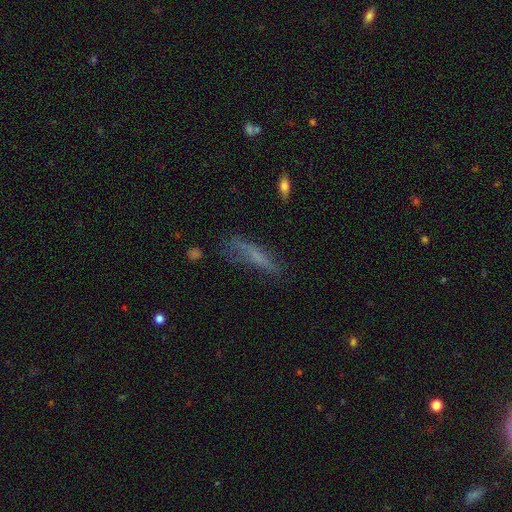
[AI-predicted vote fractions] smooth-or-featured: smooth: 54% | featured or disk: 31% | star or artifact: 15%
  how-rounded: cigar-shaped: 73% | in between: 24% | round: 2%
  merging: none: 51% | minor disturbance: 26% | major disturbance: 19% | merger: 4%